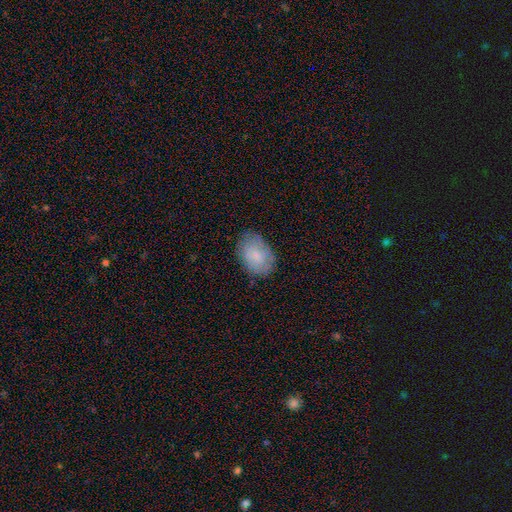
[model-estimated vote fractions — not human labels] A smooth galaxy with no disk features (75%) that is in between round and cigar-shaped (83%).

Vote fractions:
- Smooth or featured? smooth: 75% / featured or disk: 18% / star or artifact: 7%
- How rounded? in between: 83% / round: 16% / cigar-shaped: 1%
- Merging? none: 76% / minor disturbance: 19% / major disturbance: 4% / merger: 1%